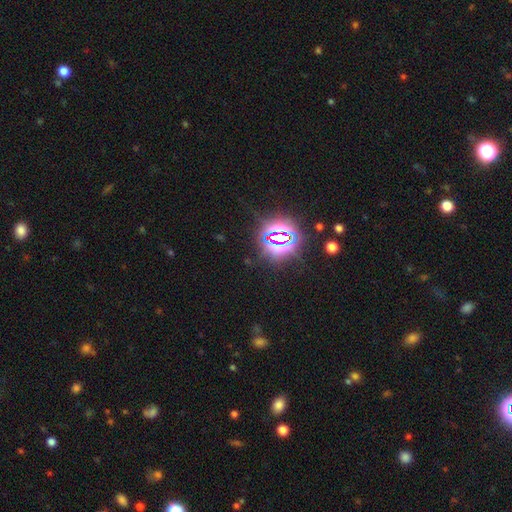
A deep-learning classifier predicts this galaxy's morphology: star or artifact 80%, smooth 13%, featured or disk 7%.